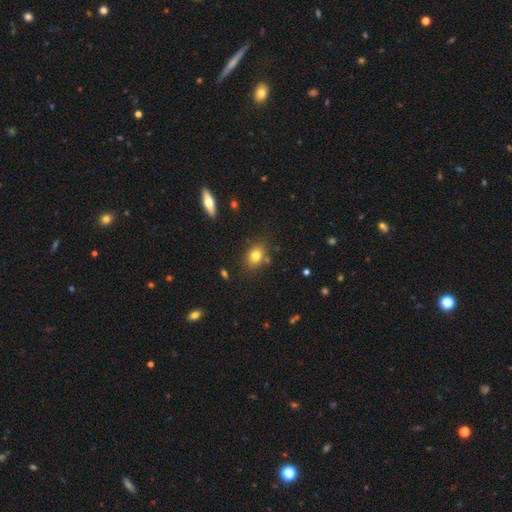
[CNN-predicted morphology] A smooth galaxy with no disk features (79%) that is in between round and cigar-shaped (67%). Merging: none (80%).